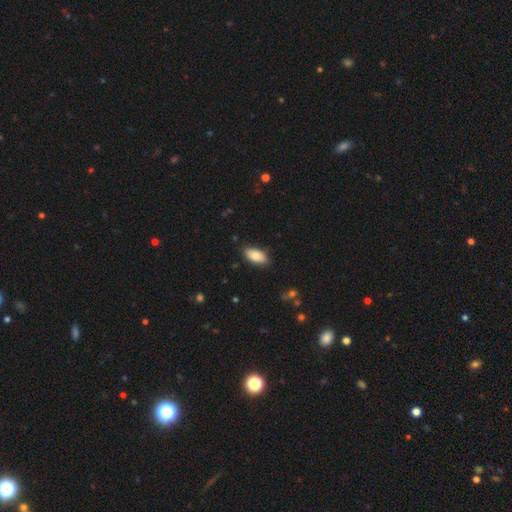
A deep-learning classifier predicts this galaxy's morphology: A smooth galaxy with no disk features (80%) that is in between round and cigar-shaped (92%).

Vote fractions:
- Smooth or featured? smooth: 80% / featured or disk: 14% / star or artifact: 7%
- How rounded? in between: 92% / cigar-shaped: 5% / round: 3%
- Merging? none: 83% / minor disturbance: 13% / major disturbance: 2% / merger: 1%